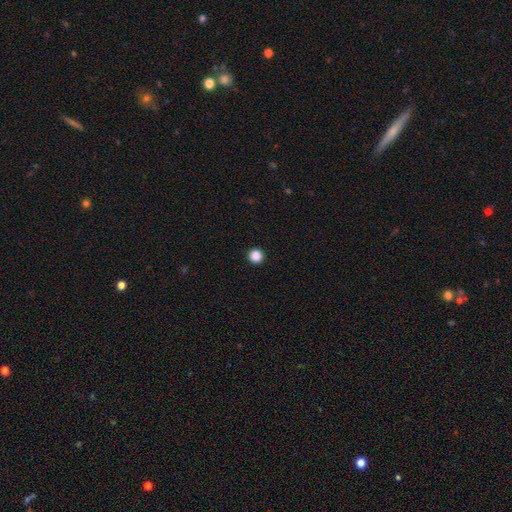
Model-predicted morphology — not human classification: Smooth or featured? Predicted: smooth (p=0.88). How rounded? Predicted: round (p=0.96). Merging? Predicted: none (p=0.94).